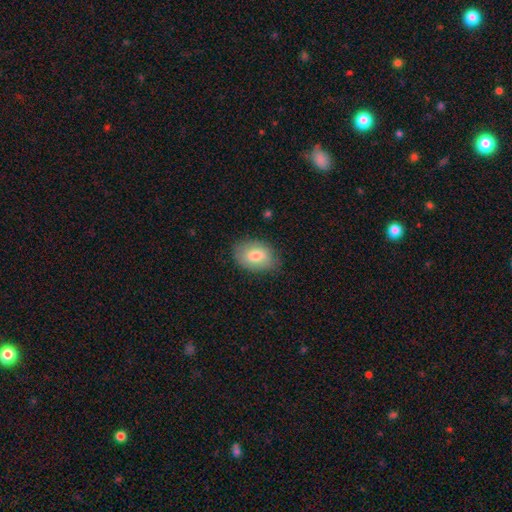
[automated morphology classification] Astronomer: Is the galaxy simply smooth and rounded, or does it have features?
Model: smooth — 75%.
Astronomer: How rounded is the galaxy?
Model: in between — 82%.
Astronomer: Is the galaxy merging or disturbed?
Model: none — 78%.